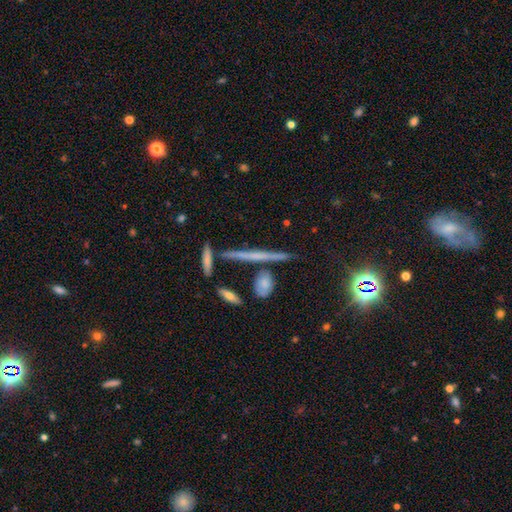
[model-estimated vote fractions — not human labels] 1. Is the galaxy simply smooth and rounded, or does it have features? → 50% featured or disk, 27% smooth, 23% star or artifact.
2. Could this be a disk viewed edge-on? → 92% yes, 8% no.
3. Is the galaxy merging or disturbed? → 75% none, 11% merger, 10% minor disturbance, 4% major disturbance.